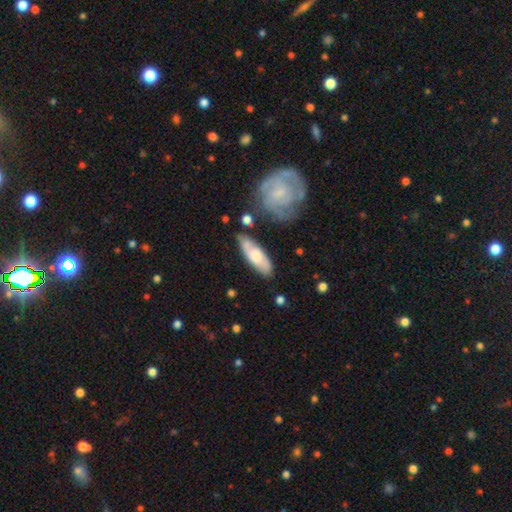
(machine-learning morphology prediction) Smooth or featured? Predicted: smooth (p=0.51). How rounded? Predicted: in between (p=0.59). Merging? Predicted: none (p=0.70).